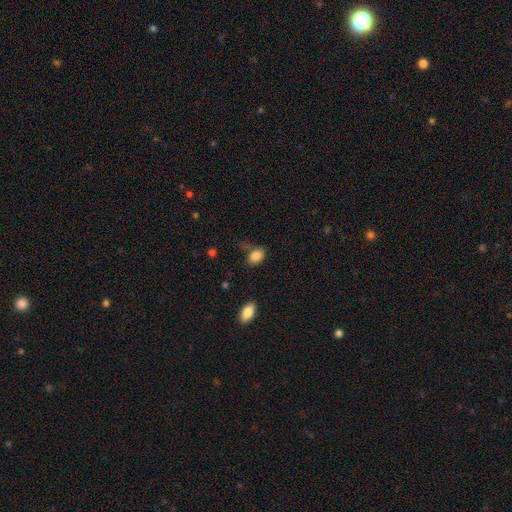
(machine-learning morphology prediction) Q: Smooth or featured?
A: smooth (86%); runner-up: star or artifact (9%)
Q: How rounded?
A: in between (84%); runner-up: round (14%)
Q: Merging?
A: none (58%); runner-up: minor disturbance (26%)